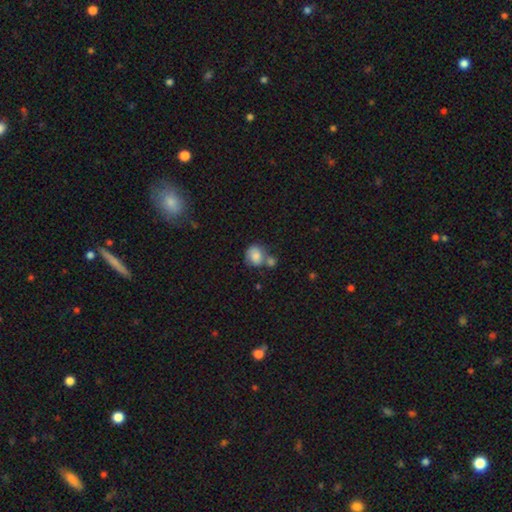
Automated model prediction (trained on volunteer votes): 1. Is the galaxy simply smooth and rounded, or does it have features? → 78% smooth, 13% featured or disk, 8% star or artifact.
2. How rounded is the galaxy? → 64% round, 35% in between, 1% cigar-shaped.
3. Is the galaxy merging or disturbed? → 40% none, 35% merger, 18% minor disturbance, 7% major disturbance.